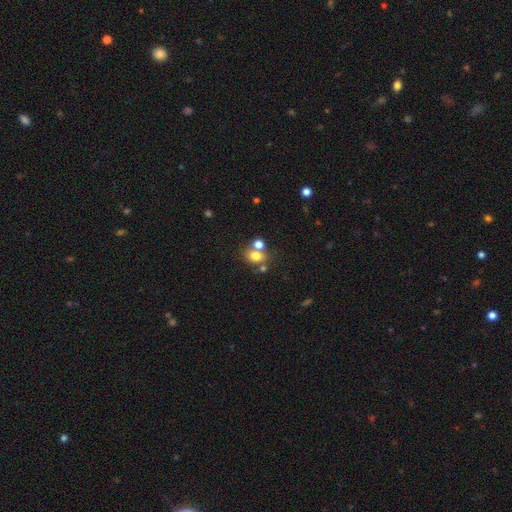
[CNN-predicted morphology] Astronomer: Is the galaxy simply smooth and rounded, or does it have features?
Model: smooth — 73%.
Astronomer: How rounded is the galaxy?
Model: round — 53% (runner-up: in between, 46%).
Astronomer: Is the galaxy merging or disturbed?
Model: none — 49% (runner-up: merger, 36%).